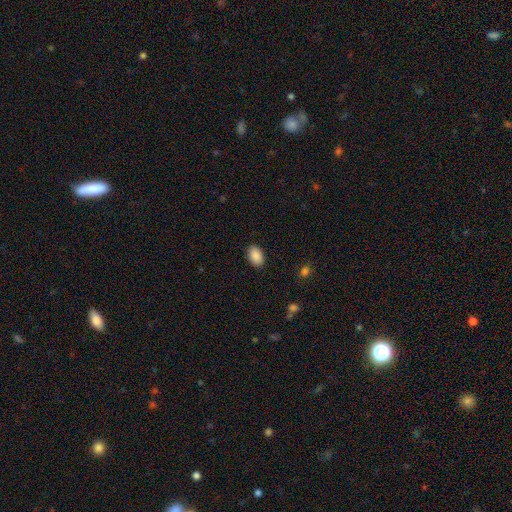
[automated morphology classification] A smooth galaxy with no disk features (90%) that is in between round and cigar-shaped (89%). Merging: none (89%).